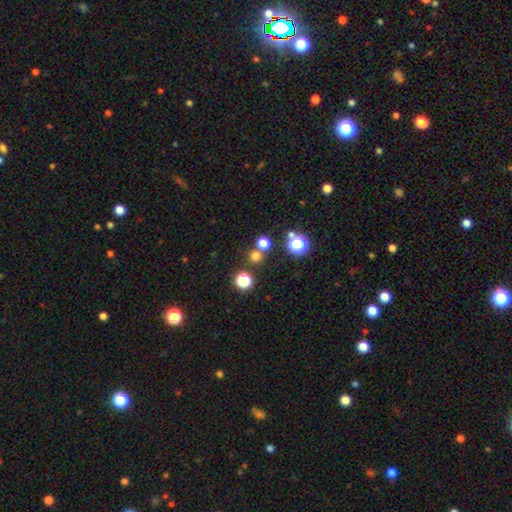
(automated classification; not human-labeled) Q: Smooth or featured?
A: smooth (67%); runner-up: star or artifact (26%)
Q: How rounded?
A: round (92%); runner-up: in between (7%)
Q: Merging?
A: none (73%); runner-up: merger (19%)